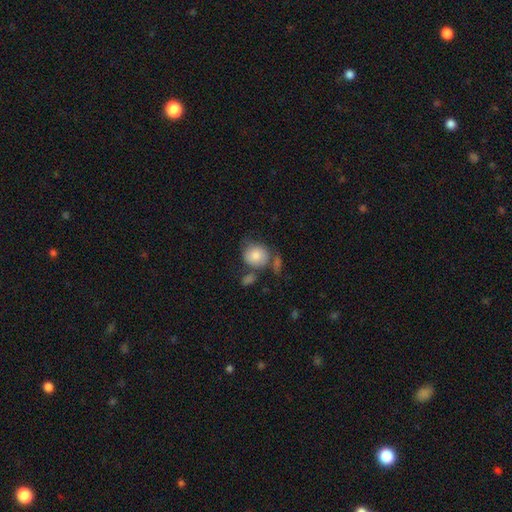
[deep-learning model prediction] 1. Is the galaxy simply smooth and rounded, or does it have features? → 80% smooth, 13% featured or disk, 7% star or artifact.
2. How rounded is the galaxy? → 76% round, 23% in between, 1% cigar-shaped.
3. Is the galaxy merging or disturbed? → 48% none, 21% minor disturbance, 21% merger, 10% major disturbance.